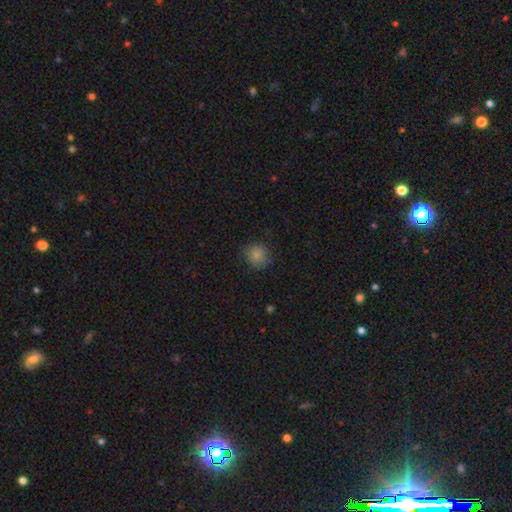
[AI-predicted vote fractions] This is likely a smooth galaxy (78%). How rounded: clearly round (90%). Merging: clearly none (83%).